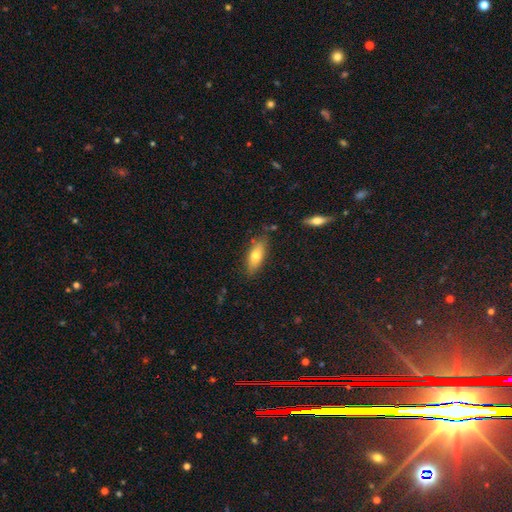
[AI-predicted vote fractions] This appears to be a smooth galaxy with no disk features (68%) that is in between round and cigar-shaped (67%). Merging: none (79%).